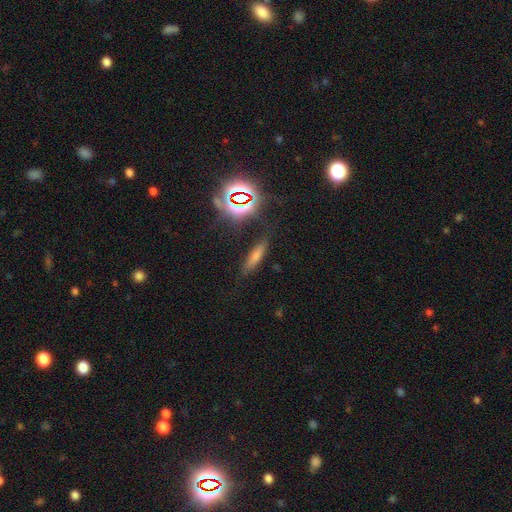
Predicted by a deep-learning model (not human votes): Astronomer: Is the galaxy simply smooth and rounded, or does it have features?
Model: smooth — 63%.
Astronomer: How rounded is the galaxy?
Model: cigar-shaped — 72%.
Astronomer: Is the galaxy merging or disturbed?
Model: none — 81%.